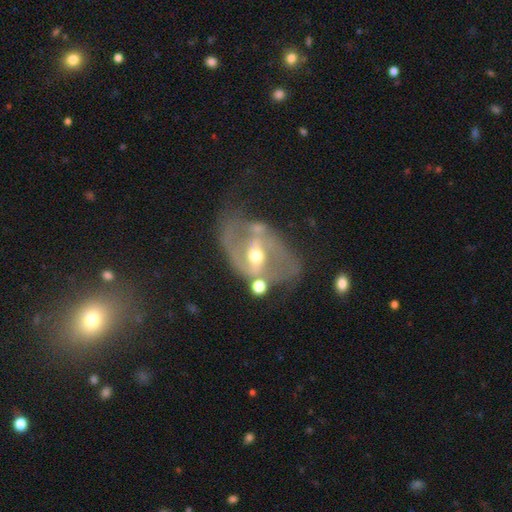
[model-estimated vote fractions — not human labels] Morphology: type=featured or disk (84%); edge-on=no (96%); bar=weak (42%); spiral arms=yes (85%); winding=medium (45%); arm count=2 (74%); bulge=moderate (60%); merging=none (54%).